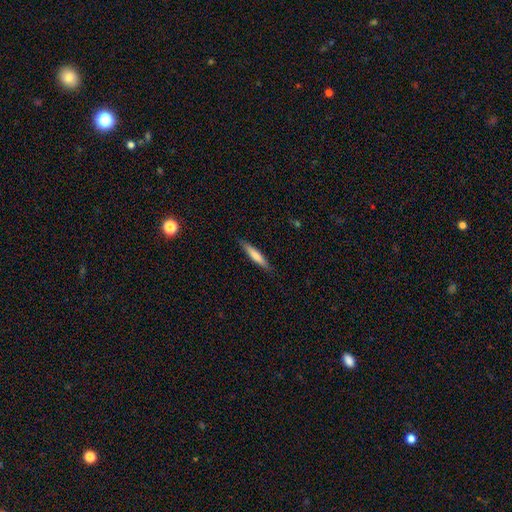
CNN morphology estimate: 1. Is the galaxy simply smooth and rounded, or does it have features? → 71% smooth, 24% featured or disk, 5% star or artifact.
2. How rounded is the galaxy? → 91% cigar-shaped, 8% in between, 1% round.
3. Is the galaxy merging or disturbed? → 87% none, 10% minor disturbance, 2% major disturbance, 1% merger.